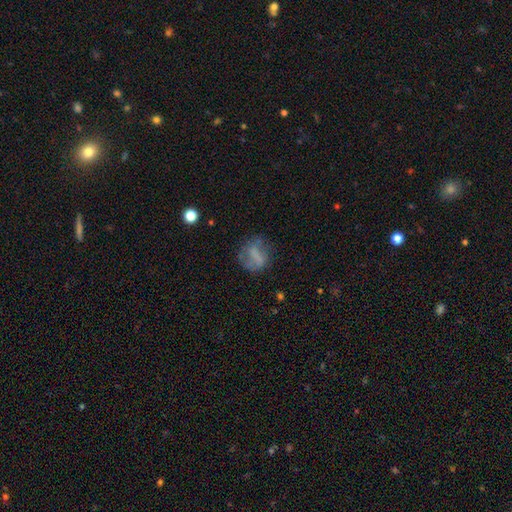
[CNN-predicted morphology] Smooth or featured? Predicted: smooth (p=0.53). How rounded? Predicted: round (p=0.60). Merging? Predicted: none (p=0.55).